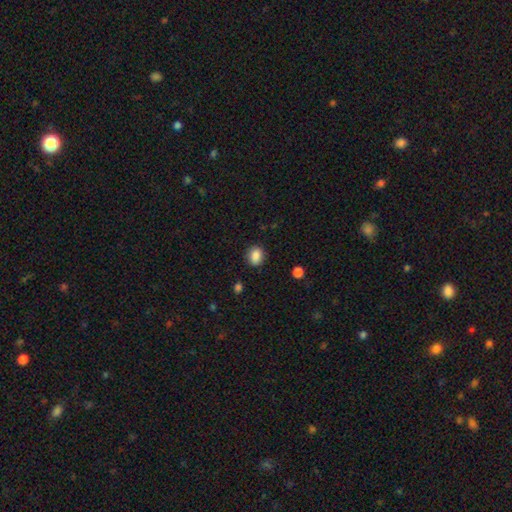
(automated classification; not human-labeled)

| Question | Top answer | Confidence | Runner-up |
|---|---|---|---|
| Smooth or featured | smooth | 87% | star or artifact (9%) |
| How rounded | round | 53% | in between (46%) |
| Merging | none | 87% | minor disturbance (9%) |